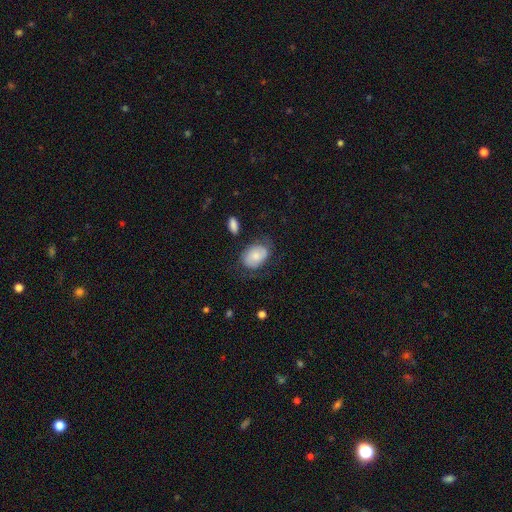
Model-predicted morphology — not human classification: smooth_or_featured: smooth (p=0.66) [alt: featured or disk p=0.27]
how_rounded: in between (p=0.77) [alt: round p=0.22]
merging: none (p=0.59) [alt: minor disturbance p=0.23]